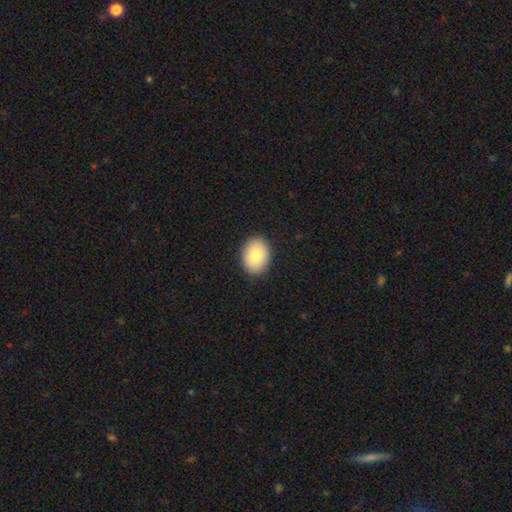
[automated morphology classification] A smooth galaxy with no disk features (84%) that is in between round and cigar-shaped (67%). Merging: none (89%).